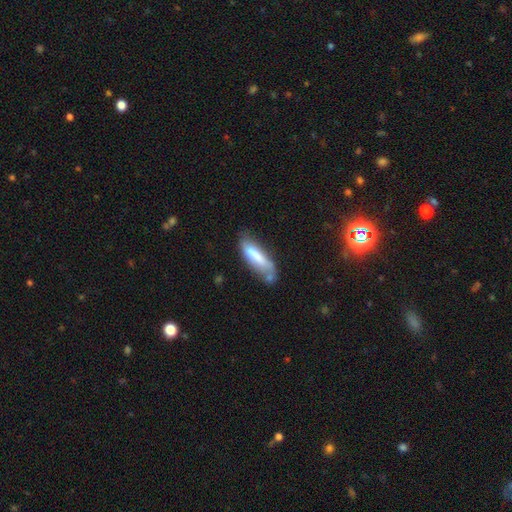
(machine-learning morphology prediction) Smooth or featured? smooth (69%)
How rounded? cigar-shaped (61%)
Merging? none (41%)